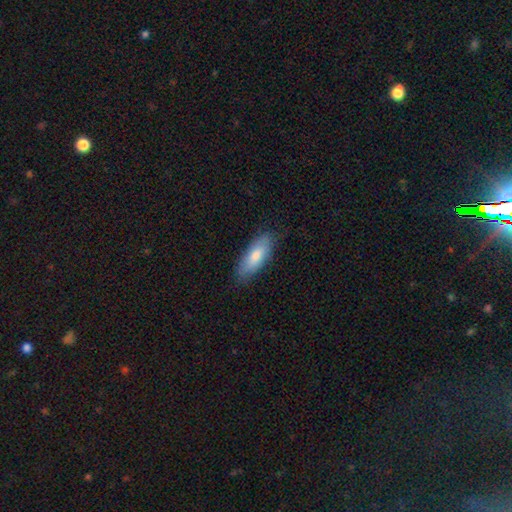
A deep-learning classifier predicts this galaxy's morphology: The model was most divided on "how rounded": in between: 68%, cigar-shaped: 30%, round: 2%. More confident: merging — none (82%); smooth or featured — smooth (77%).